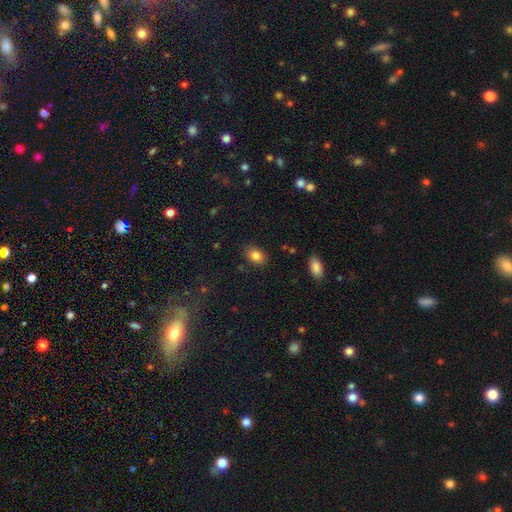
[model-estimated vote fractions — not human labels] The model was most divided on "how rounded": in between: 78%, round: 21%, cigar-shaped: 1%. More confident: smooth or featured — smooth (84%); merging — none (83%).